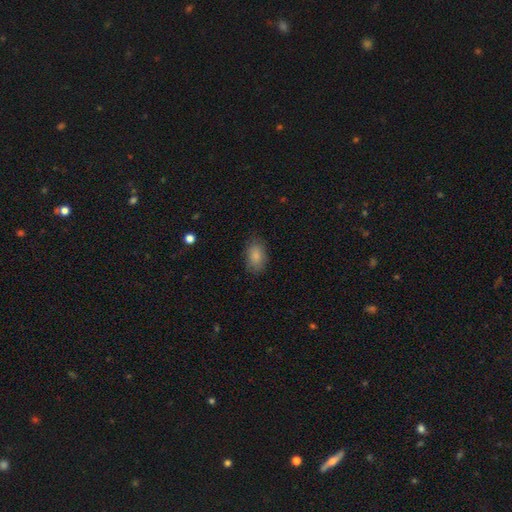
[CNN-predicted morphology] smooth 86%, star or artifact 7%, featured or disk 7%. Down the decision tree: how rounded — in between (90%); merging — none (79%).